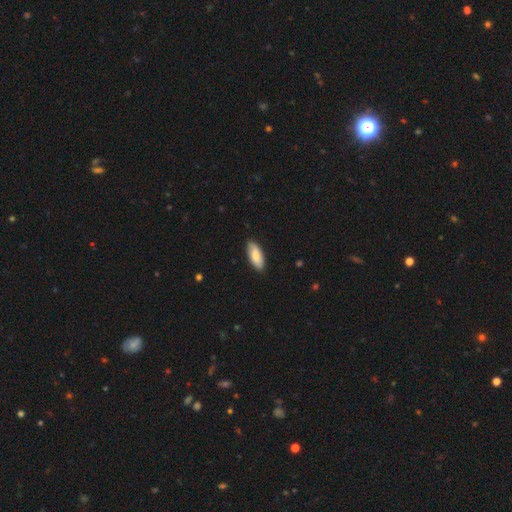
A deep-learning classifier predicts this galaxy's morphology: Smooth or featured? smooth (79%)
How rounded? in between (83%)
Merging? none (87%)